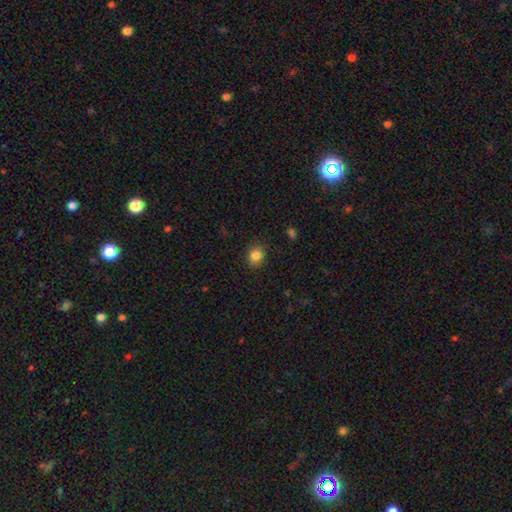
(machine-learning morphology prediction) This appears to be a smooth galaxy with no disk features (85%) that is round (67%). Merging: none (88%).